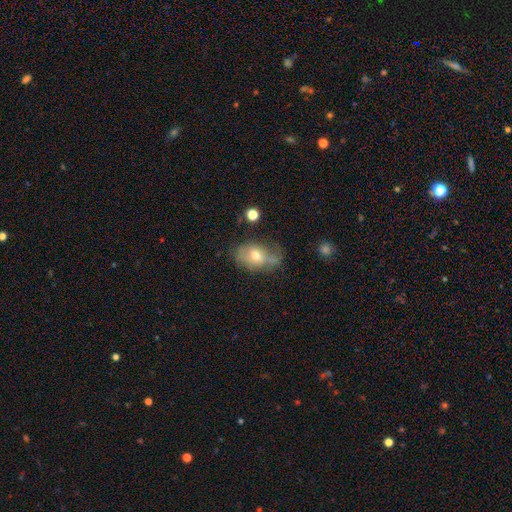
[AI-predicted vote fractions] smooth 52%, featured or disk 37%, star or artifact 11%. Down the decision tree: how rounded — in between (81%); merging — none (44%).